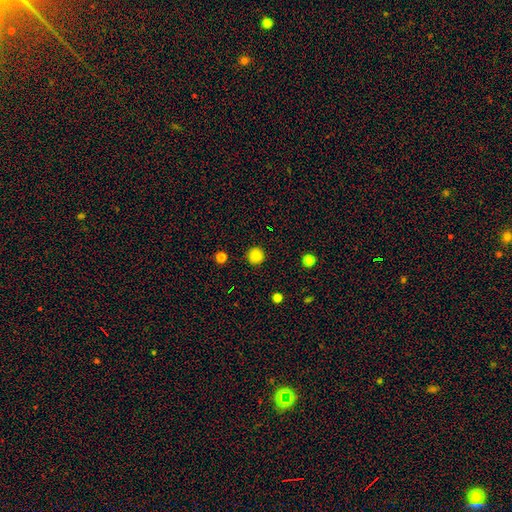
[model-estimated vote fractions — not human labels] A smooth galaxy with no disk features (86%) that is round (96%).

Vote fractions:
- Smooth or featured? smooth: 86% / star or artifact: 11% / featured or disk: 3%
- How rounded? round: 96% / in between: 3% / cigar-shaped: 1%
- Merging? none: 92% / minor disturbance: 5% / major disturbance: 2% / merger: 1%